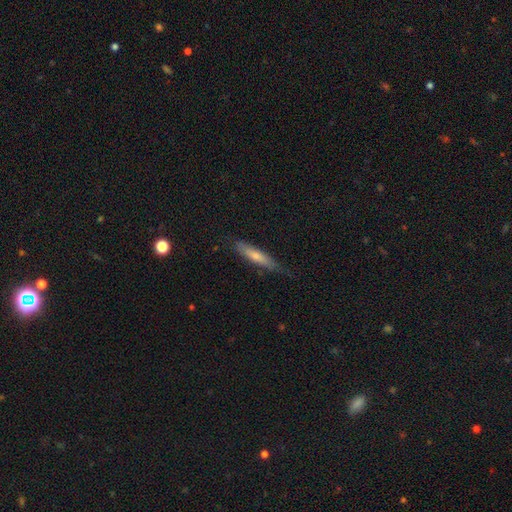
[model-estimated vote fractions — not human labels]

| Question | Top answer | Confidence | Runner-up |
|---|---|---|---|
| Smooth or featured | smooth | 56% | featured or disk (38%) |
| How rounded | cigar-shaped | 86% | in between (12%) |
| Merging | none | 74% | minor disturbance (21%) |